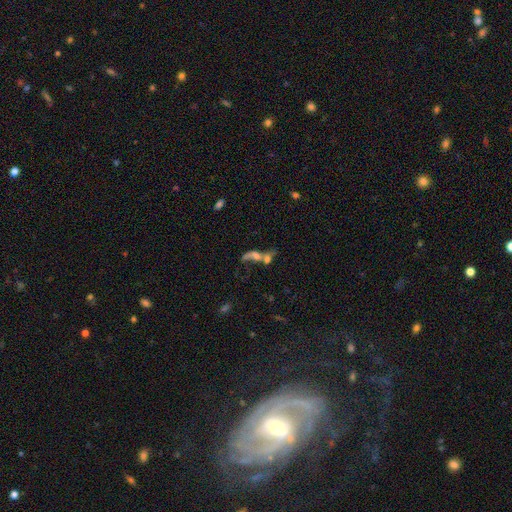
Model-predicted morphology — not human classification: type=featured or disk (46%); merging=merger (63%).